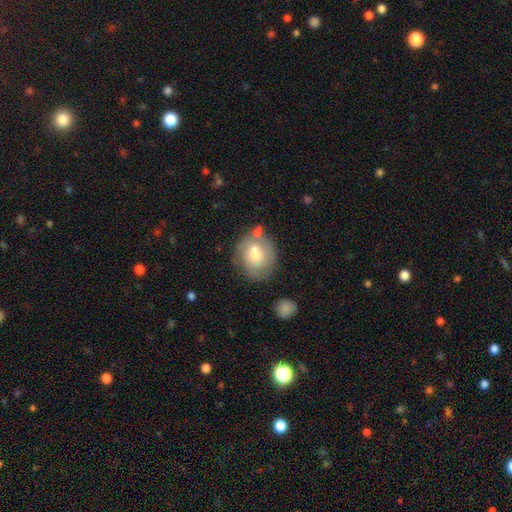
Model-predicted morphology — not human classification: Smooth or featured? smooth (64%)
How rounded? round (64%)
Merging? none (55%)